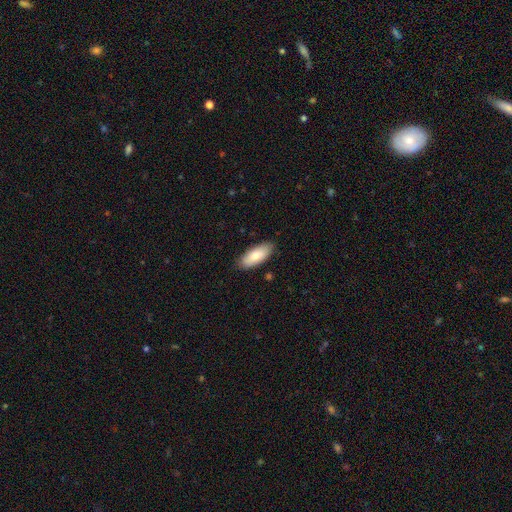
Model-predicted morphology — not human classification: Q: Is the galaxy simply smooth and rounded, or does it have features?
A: smooth — 80%.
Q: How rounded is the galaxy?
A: in between — 82%.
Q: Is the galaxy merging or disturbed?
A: none — 85%.